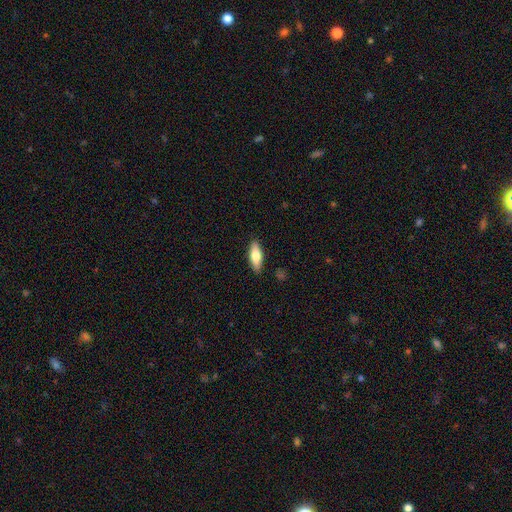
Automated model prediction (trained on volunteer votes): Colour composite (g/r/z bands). It shows a smooth galaxy with no disk features (69%) that is in between round and cigar-shaped (66%). Merging: none (87%).